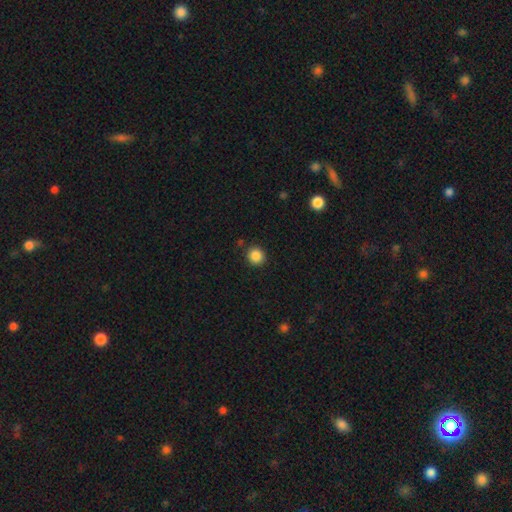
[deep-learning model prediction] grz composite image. It shows a smooth galaxy with no disk features (87%) that is round (92%). Merging: none (89%).